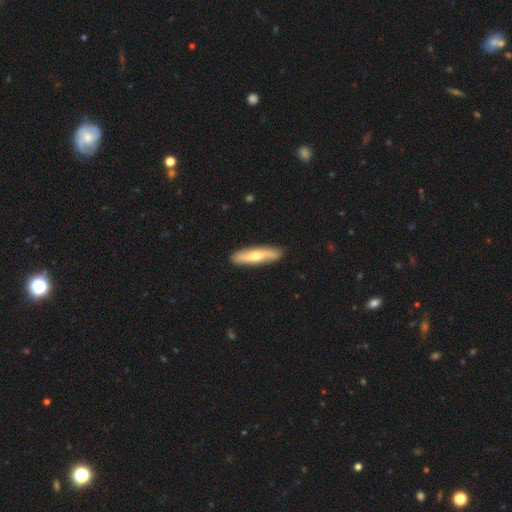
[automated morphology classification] Smooth or featured? featured or disk (52%)
Edge-on disk? yes (58%)
Merging? none (89%)